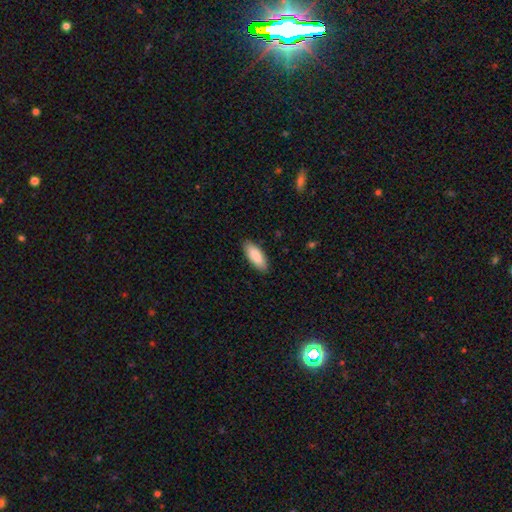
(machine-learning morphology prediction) Overall: smooth (89%). How rounded: in between (77%). Merging: none (89%).